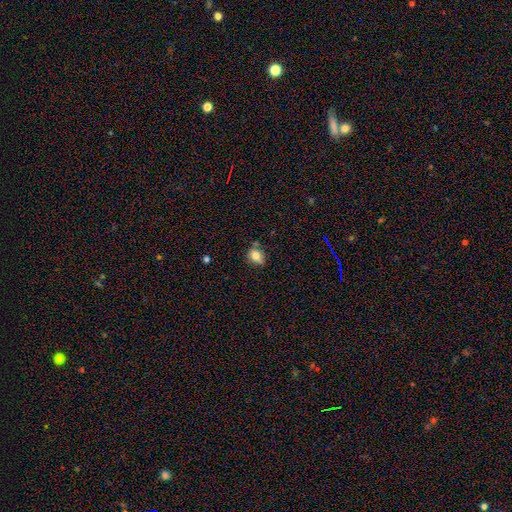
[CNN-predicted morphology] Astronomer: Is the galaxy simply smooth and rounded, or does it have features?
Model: smooth — 75%.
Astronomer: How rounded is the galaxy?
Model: in between — 59% (runner-up: round, 38%).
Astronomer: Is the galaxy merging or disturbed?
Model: none — 63%.